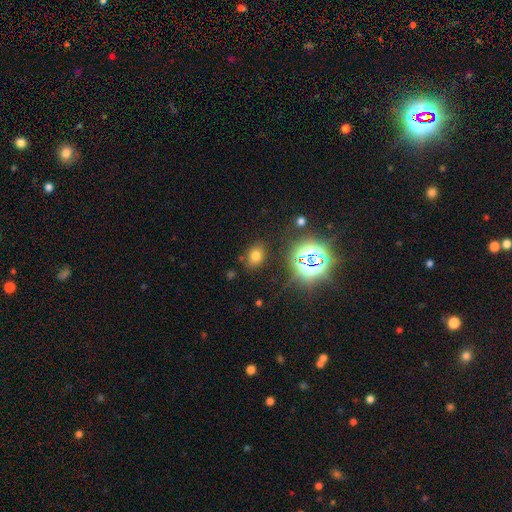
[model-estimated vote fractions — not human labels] Smooth or featured? smooth (66%)
How rounded? in between (65%)
Merging? none (82%)